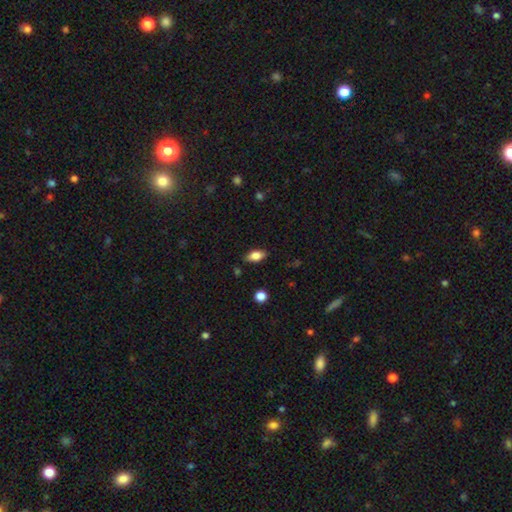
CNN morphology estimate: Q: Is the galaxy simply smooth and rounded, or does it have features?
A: smooth — 77%.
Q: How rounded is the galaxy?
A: in between — 87%.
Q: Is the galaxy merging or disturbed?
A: none — 84%.